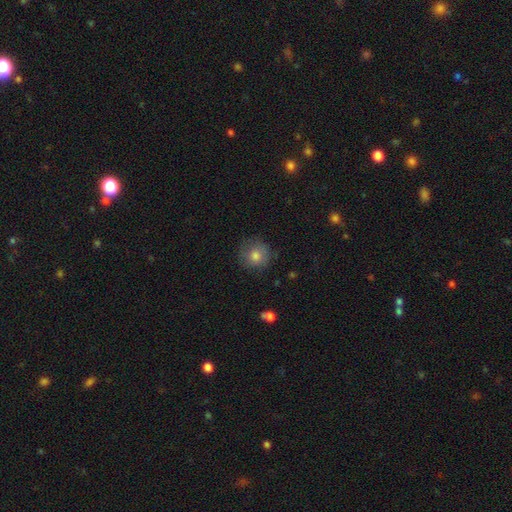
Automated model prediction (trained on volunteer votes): smooth_or_featured: smooth (p=0.77) [alt: featured or disk p=0.13]
how_rounded: round (p=0.91) [alt: in between p=0.08]
merging: none (p=0.80) [alt: minor disturbance p=0.14]